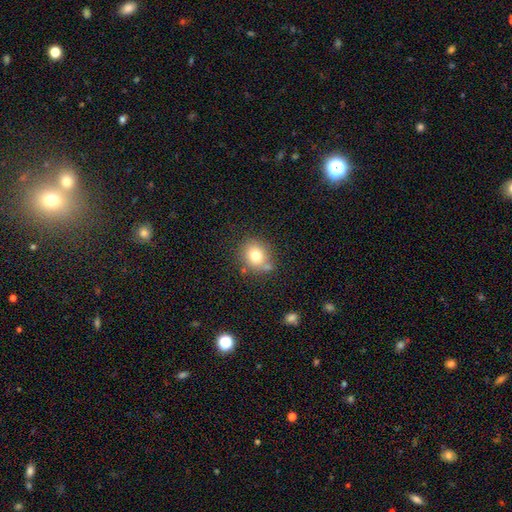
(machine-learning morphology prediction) Smooth or featured? smooth (76%)
How rounded? round (69%)
Merging? none (72%)